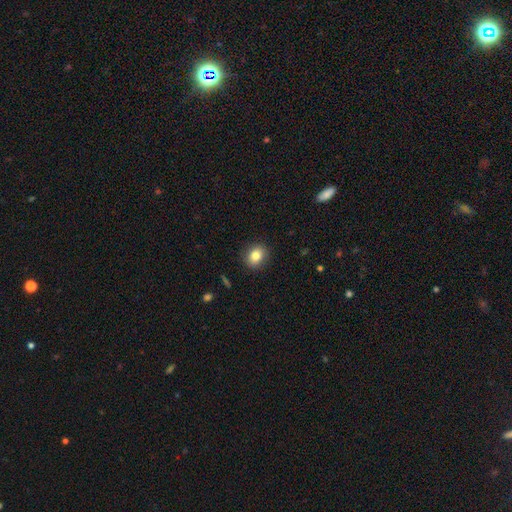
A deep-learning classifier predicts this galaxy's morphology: Q: Smooth or featured?
A: smooth (82%); runner-up: star or artifact (10%)
Q: How rounded?
A: round (63%); runner-up: in between (36%)
Q: Merging?
A: none (88%); runner-up: minor disturbance (8%)